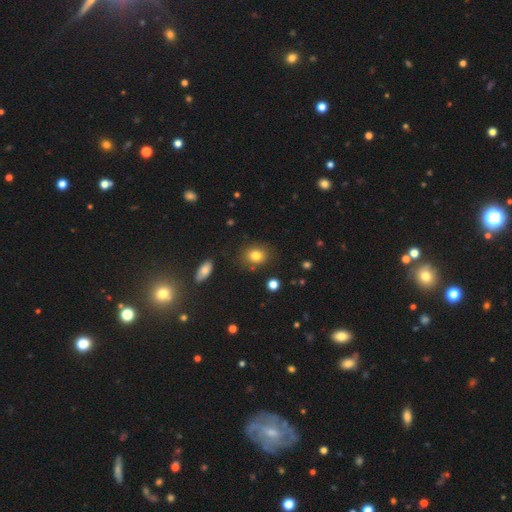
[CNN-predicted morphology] This is clearly a smooth galaxy (81%). How rounded: possibly round (55%). Merging: clearly none (82%).